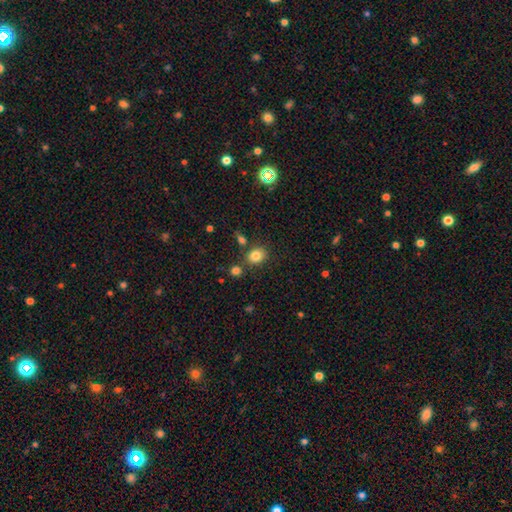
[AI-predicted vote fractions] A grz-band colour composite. It shows a smooth galaxy with no disk features (81%) that is round (60%). Merging: none (75%).